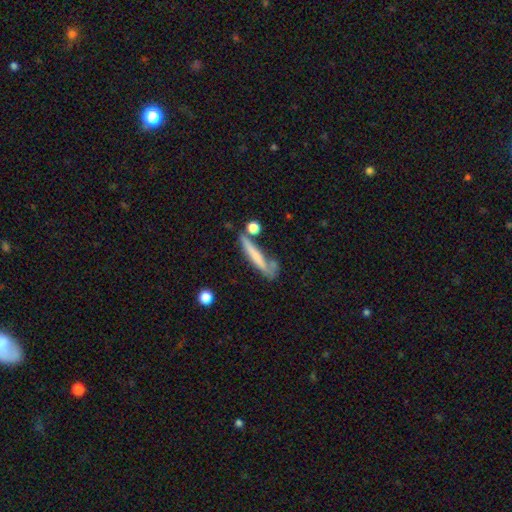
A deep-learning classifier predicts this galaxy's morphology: Smooth or featured? Predicted: smooth (p=0.57). How rounded? Predicted: cigar-shaped (p=0.90). Merging? Predicted: none (p=0.55).